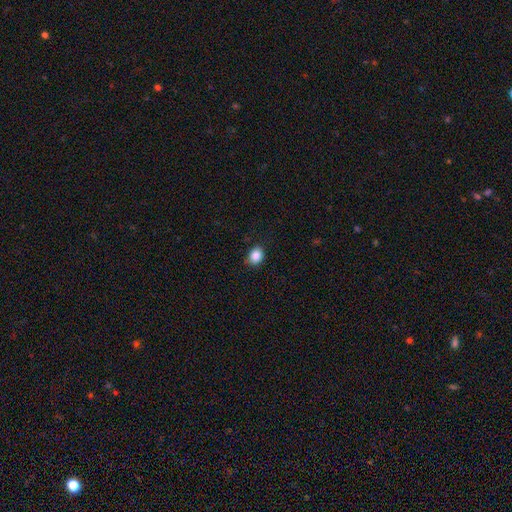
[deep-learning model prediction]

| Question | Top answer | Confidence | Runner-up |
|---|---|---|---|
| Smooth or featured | smooth | 88% | star or artifact (9%) |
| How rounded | round | 53% | in between (46%) |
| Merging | none | 87% | minor disturbance (10%) |